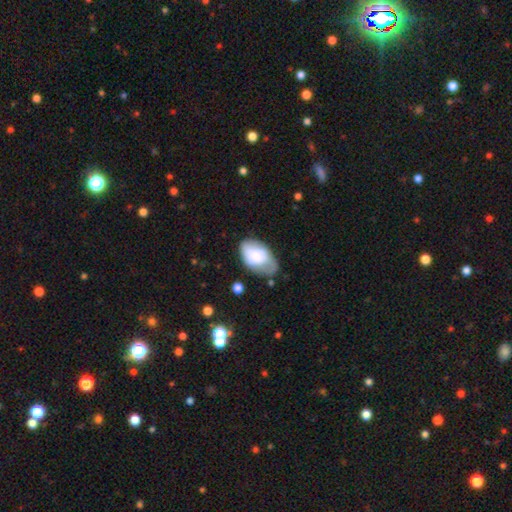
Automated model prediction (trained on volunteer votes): A smooth galaxy with no disk features (70%) that is in between round and cigar-shaped (92%). Merging: none (44%).